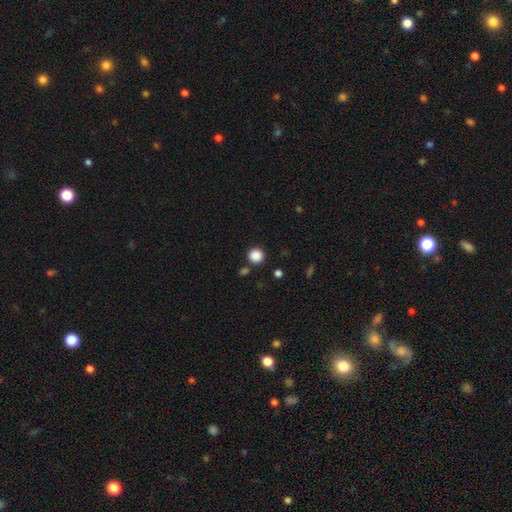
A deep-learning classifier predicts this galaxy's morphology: This appears to be a smooth galaxy with no disk features (87%) that is round (93%). Merging: none (86%).